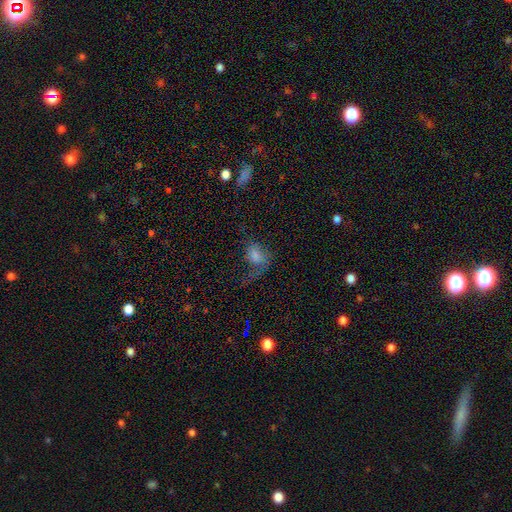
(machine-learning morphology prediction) Smooth or featured: smooth — 63% (featured or disk — 21%)
How rounded: in between — 76% (round — 21%)
Merging: major disturbance — 49% (none — 26%)